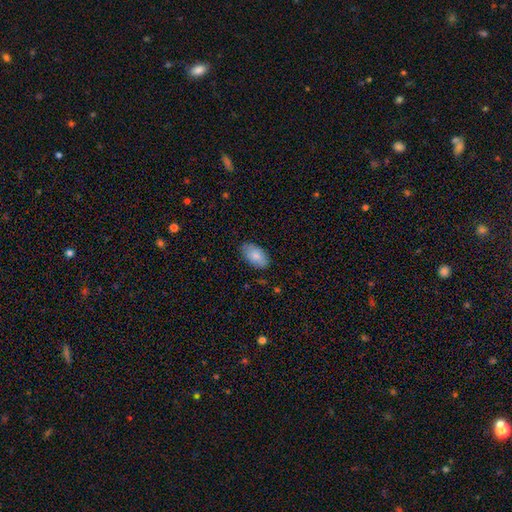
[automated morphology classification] smooth 83%, featured or disk 11%, star or artifact 6%. Down the decision tree: how rounded — in between (95%); merging — none (81%).